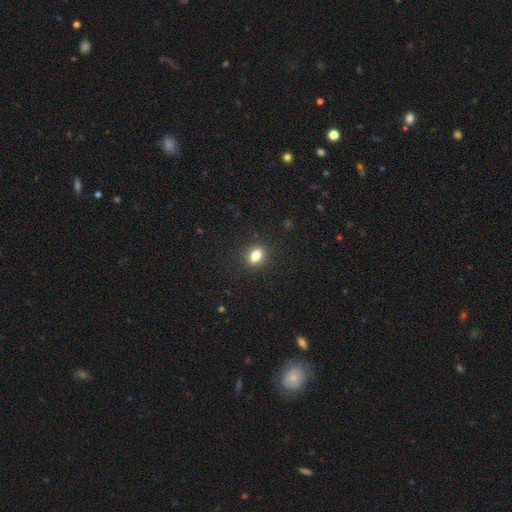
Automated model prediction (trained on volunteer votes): This is clearly a smooth galaxy (81%). How rounded: likely in between (74%). Merging: clearly none (88%).